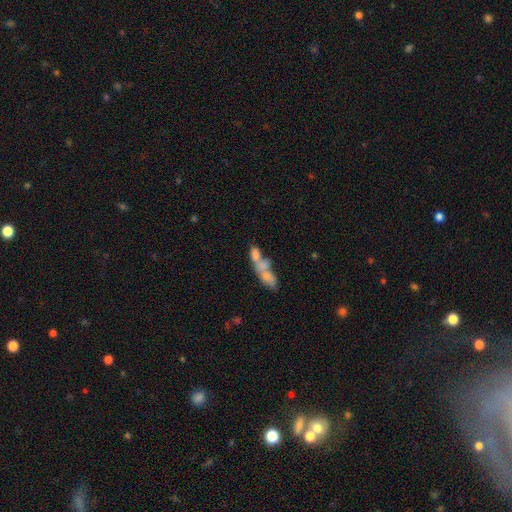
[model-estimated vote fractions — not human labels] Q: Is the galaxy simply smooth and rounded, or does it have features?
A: smooth — 59%.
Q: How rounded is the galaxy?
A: in between — 64%.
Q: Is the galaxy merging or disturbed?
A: merger — 64%.